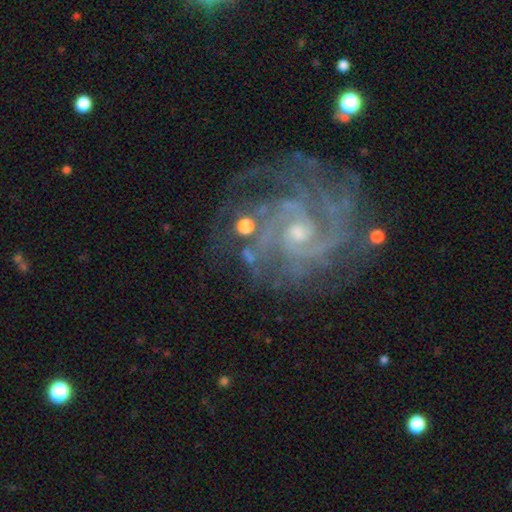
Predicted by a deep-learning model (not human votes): A featured or disk galaxy (90%) with no bar (65%), 3 (28%) tight (63%) spiral arms (98%) and a small central bulge (60%).

Vote fractions:
- Smooth or featured? featured or disk: 90% / star or artifact: 7% / smooth: 3%
- Edge-on disk? no: 98% / yes: 2%
- Bar? no: 65% / weak: 27% / strong: 7%
- Spiral arms? yes: 98% / no: 2%
- Spiral winding? tight: 63% / medium: 32% / loose: 5%
- Spiral arm count? 3: 28% / 2: 22% / 4: 18% / can't tell: 17% / more than 4: 8% / 1: 7%
- Bulge size? small: 60% / moderate: 35% / none: 3% / large: 1% / dominant: 1%
- Merging? none: 70% / minor disturbance: 17% / major disturbance: 10% / merger: 3%